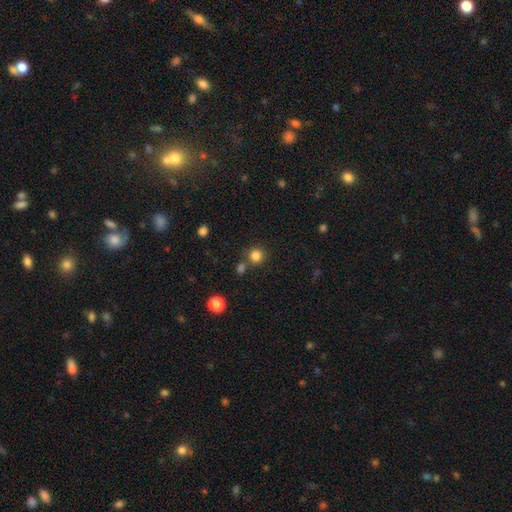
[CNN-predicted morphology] This is clearly a smooth galaxy (82%). How rounded: clearly round (92%). Merging: likely none (77%).